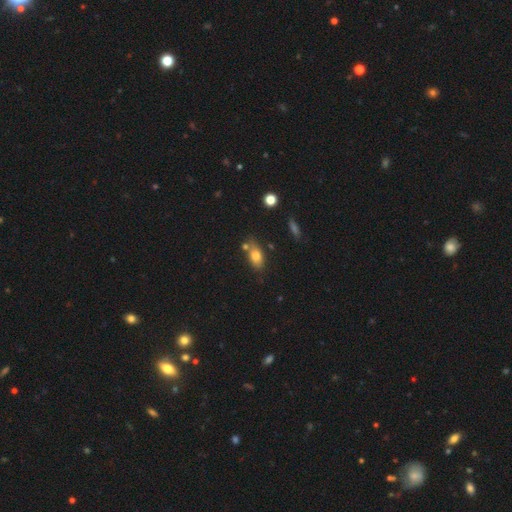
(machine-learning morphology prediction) Smooth or featured?
  - smooth: 79% *
  - featured or disk: 12%
  - star or artifact: 9%
How rounded?
  - in between: 86% *
  - round: 9%
  - cigar-shaped: 6%
Merging?
  - none: 62% *
  - minor disturbance: 18%
  - merger: 15%
  - major disturbance: 5%